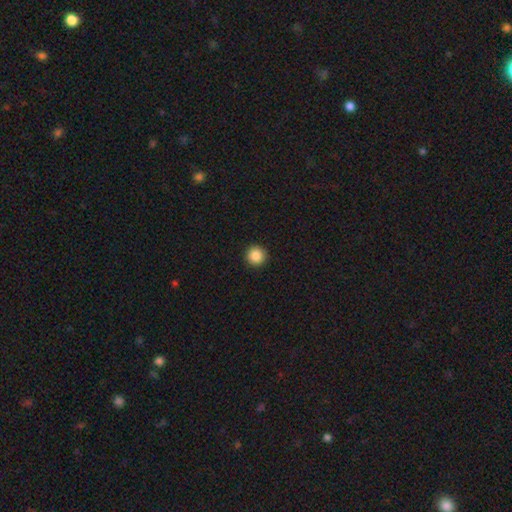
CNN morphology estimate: Smooth or featured?
  - smooth: 88% *
  - star or artifact: 9%
  - featured or disk: 3%
How rounded?
  - round: 96% *
  - in between: 3%
  - cigar-shaped: 1%
Merging?
  - none: 93% *
  - minor disturbance: 4%
  - major disturbance: 1%
  - merger: 1%